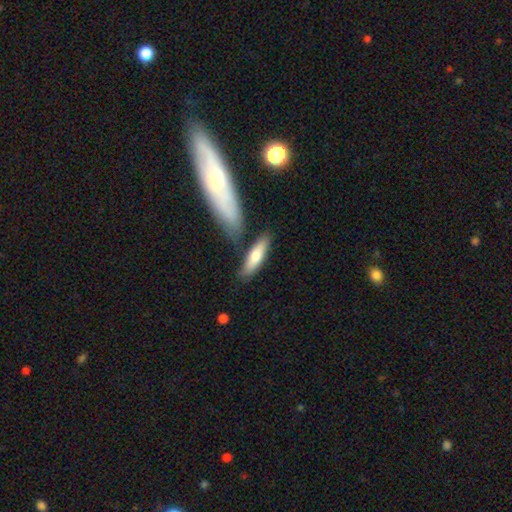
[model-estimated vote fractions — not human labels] Smooth or featured: smooth — 71% (featured or disk — 24%)
How rounded: cigar-shaped — 58% (in between — 40%)
Merging: none — 70% (minor disturbance — 14%)